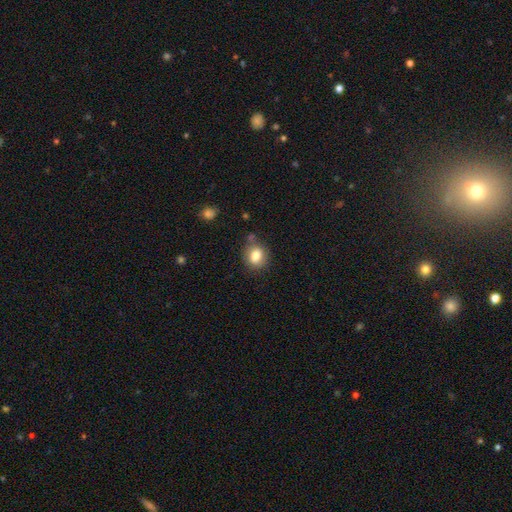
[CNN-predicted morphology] smooth-or-featured: smooth: 82% | star or artifact: 10% | featured or disk: 8%
  how-rounded: round: 71% | in between: 28% | cigar-shaped: 1%
  merging: none: 76% | minor disturbance: 15% | merger: 6% | major disturbance: 4%